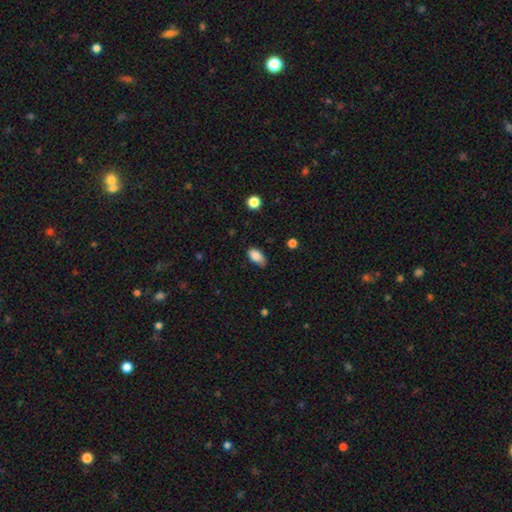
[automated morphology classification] This is clearly a smooth galaxy (86%). How rounded: clearly in between (92%). Merging: likely none (67%).